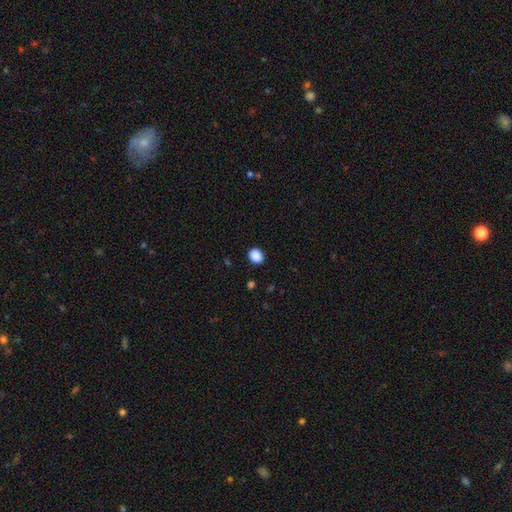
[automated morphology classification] This is clearly a smooth galaxy (89%). How rounded: possibly round (58%). Merging: clearly none (89%).